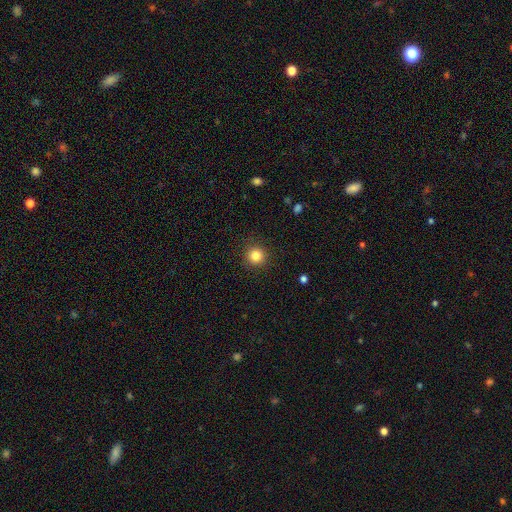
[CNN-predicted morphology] type=smooth (83%); roundness=round (95%); merging=none (91%).